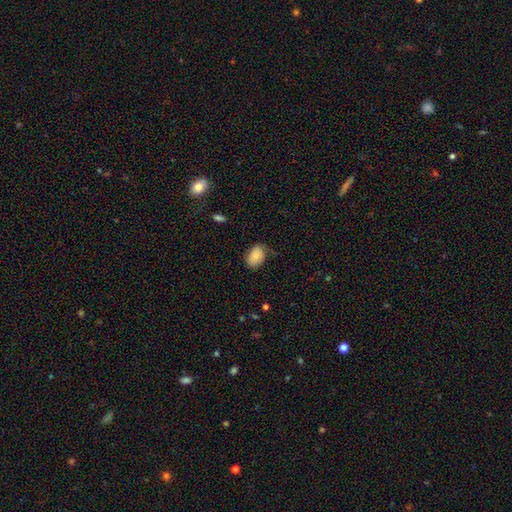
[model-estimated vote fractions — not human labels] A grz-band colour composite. It shows a smooth galaxy with no disk features (87%) that is in between round and cigar-shaped (86%). Merging: none (74%).